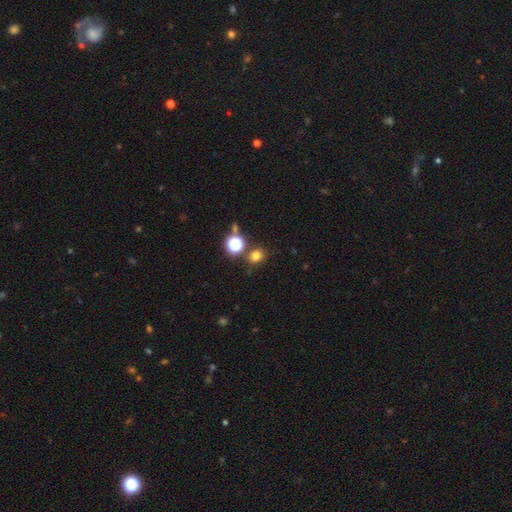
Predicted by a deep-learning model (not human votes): smooth 74%, star or artifact 21%, featured or disk 6%. Down the decision tree: how rounded — round (77%); merging — none (81%).